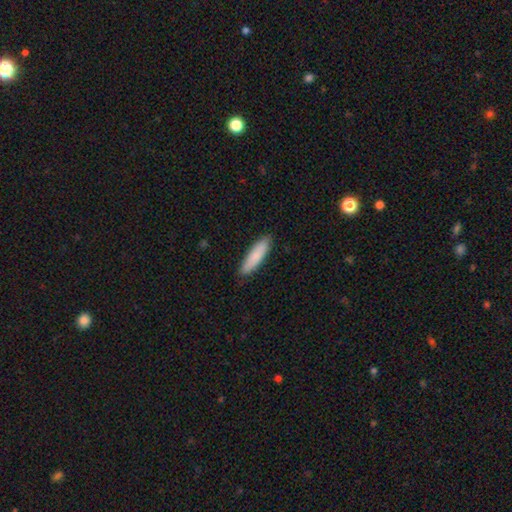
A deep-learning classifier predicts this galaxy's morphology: type=smooth (85%); roundness=cigar-shaped (70%); merging=none (88%).